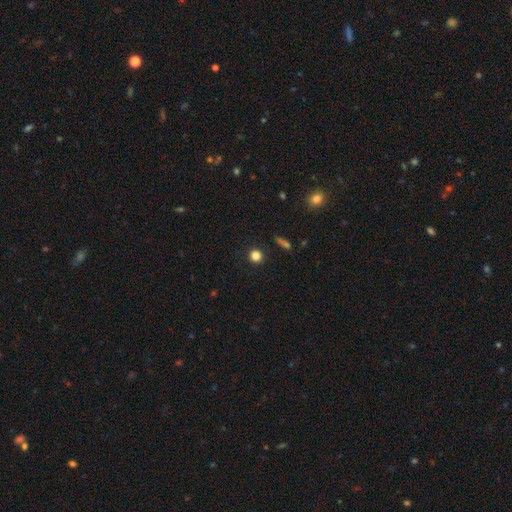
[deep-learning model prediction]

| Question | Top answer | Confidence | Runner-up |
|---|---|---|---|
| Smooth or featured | smooth | 83% | star or artifact (12%) |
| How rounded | round | 92% | in between (6%) |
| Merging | none | 90% | minor disturbance (6%) |